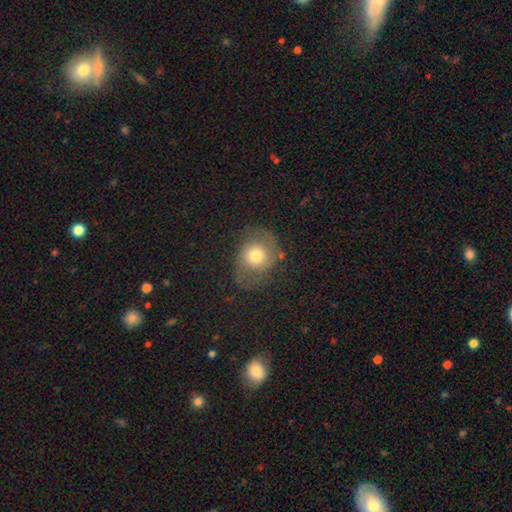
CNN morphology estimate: Smooth or featured? smooth (56%)
How rounded? round (67%)
Merging? none (62%)